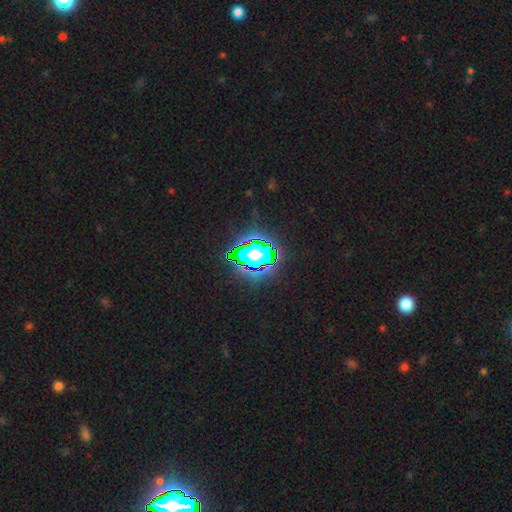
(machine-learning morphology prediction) This is likely a star or artifact rather than a galaxy (75%).